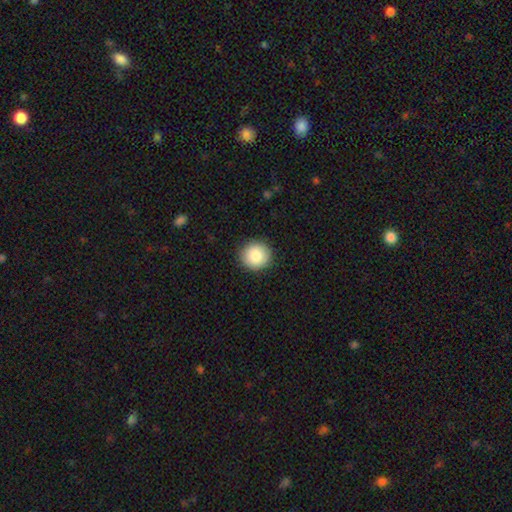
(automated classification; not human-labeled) Q: Smooth or featured?
A: smooth (87%); runner-up: star or artifact (8%)
Q: How rounded?
A: round (93%); runner-up: in between (6%)
Q: Merging?
A: none (91%); runner-up: minor disturbance (6%)